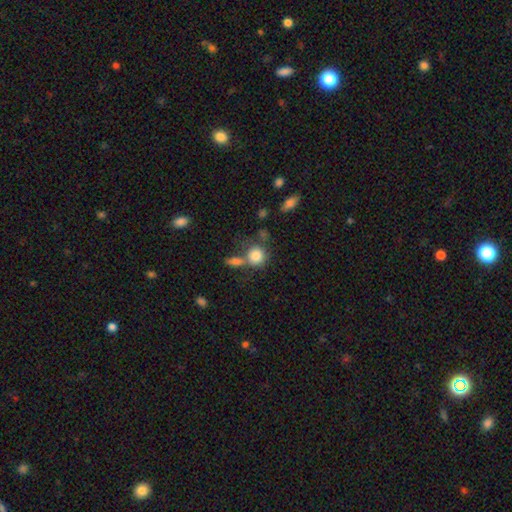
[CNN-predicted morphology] Q: Smooth or featured?
A: smooth (82%); runner-up: star or artifact (9%)
Q: How rounded?
A: round (81%); runner-up: in between (17%)
Q: Merging?
A: none (50%); runner-up: merger (31%)